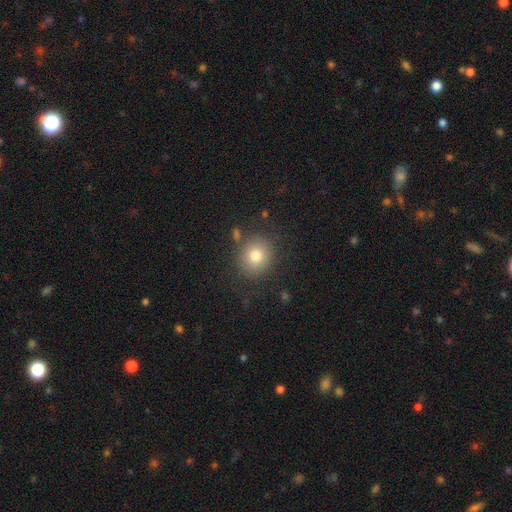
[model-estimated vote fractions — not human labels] Morphology: type=smooth (77%); roundness=round (82%); merging=none (82%).